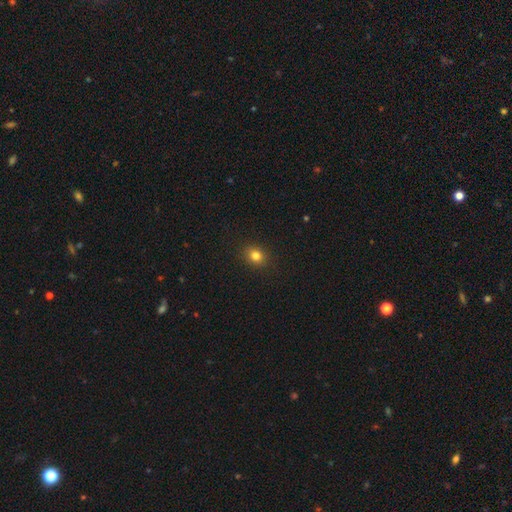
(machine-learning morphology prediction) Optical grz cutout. It shows a smooth galaxy with no disk features (82%) that is round (64%). Merging: none (90%).